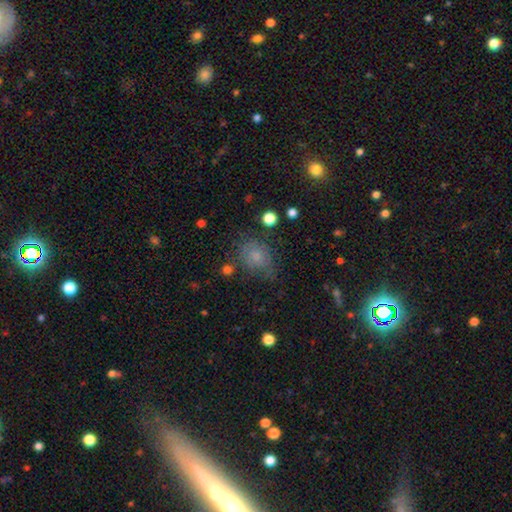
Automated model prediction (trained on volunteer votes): smooth-or-featured: smooth: 68% | star or artifact: 17% | featured or disk: 15%
  how-rounded: round: 57% | in between: 41% | cigar-shaped: 1%
  merging: none: 62% | minor disturbance: 24% | major disturbance: 10% | merger: 3%